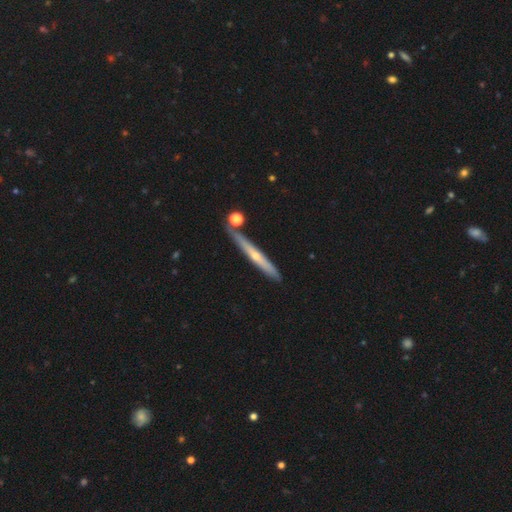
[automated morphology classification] A featured or disk galaxy (61%) viewed edge-on (94%) with a rounded central bulge (65%).

Vote fractions:
- Smooth or featured? featured or disk: 61% / smooth: 32% / star or artifact: 7%
- Edge-on disk? yes: 94% / no: 6%
- Edge-on bulge? rounded: 65% / none: 32% / boxy: 3%
- Merging? none: 80% / minor disturbance: 11% / merger: 6% / major disturbance: 2%